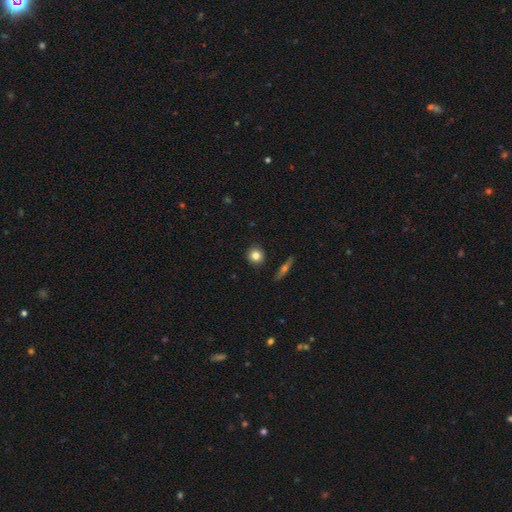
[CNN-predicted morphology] Smooth or featured: smooth — 81% (featured or disk — 11%)
How rounded: round — 89% (in between — 9%)
Merging: none — 90% (minor disturbance — 7%)